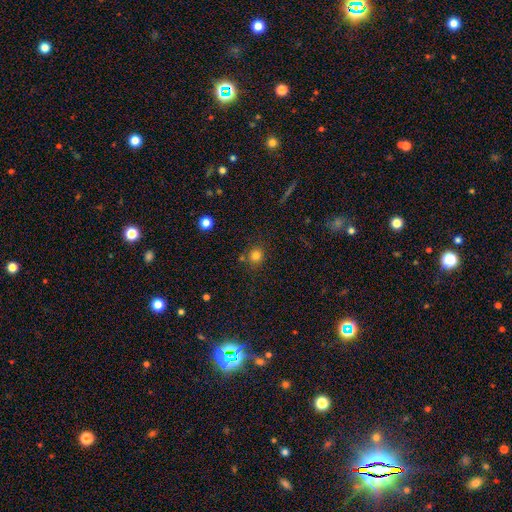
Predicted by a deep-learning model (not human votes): smooth-or-featured: smooth: 79% | star or artifact: 15% | featured or disk: 6%
  how-rounded: round: 87% | in between: 12% | cigar-shaped: 1%
  merging: none: 75% | minor disturbance: 11% | merger: 10% | major disturbance: 4%